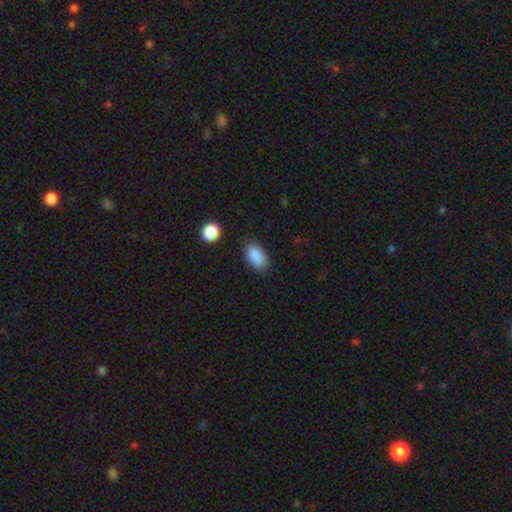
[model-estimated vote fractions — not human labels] smooth-or-featured: smooth: 88% | star or artifact: 8% | featured or disk: 4%
  how-rounded: in between: 92% | round: 6% | cigar-shaped: 2%
  merging: none: 80% | minor disturbance: 15% | major disturbance: 3% | merger: 2%